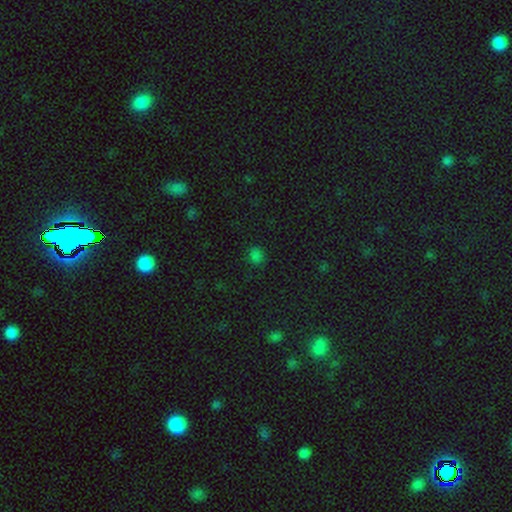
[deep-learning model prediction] Smooth or featured? smooth (72%)
How rounded? round (62%)
Merging? none (81%)